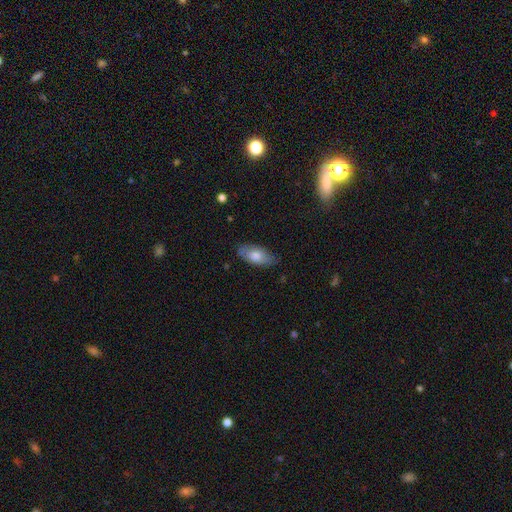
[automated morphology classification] This is likely a smooth galaxy (72%). How rounded: clearly in between (89%). Merging: likely none (76%).